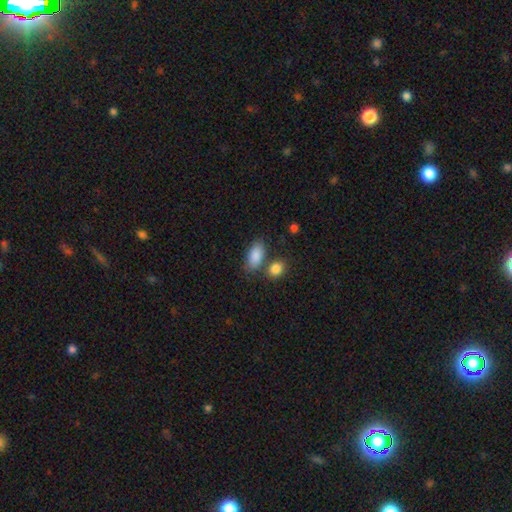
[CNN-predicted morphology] smooth 88%, star or artifact 7%, featured or disk 6%. Down the decision tree: how rounded — in between (92%); merging — none (61%).